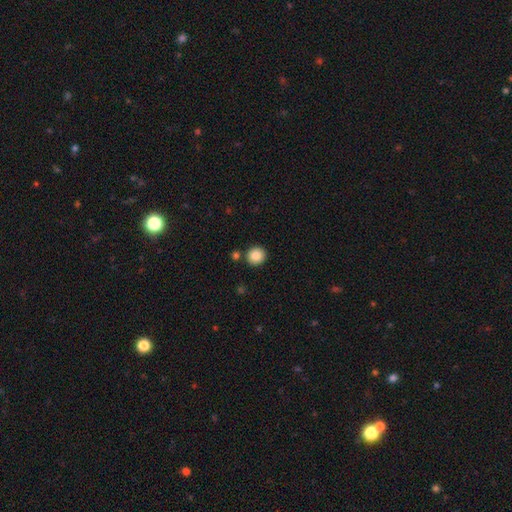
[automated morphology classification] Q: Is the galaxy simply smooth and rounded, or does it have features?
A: smooth — 86%.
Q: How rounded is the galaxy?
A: round — 91%.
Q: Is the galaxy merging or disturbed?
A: none — 86%.